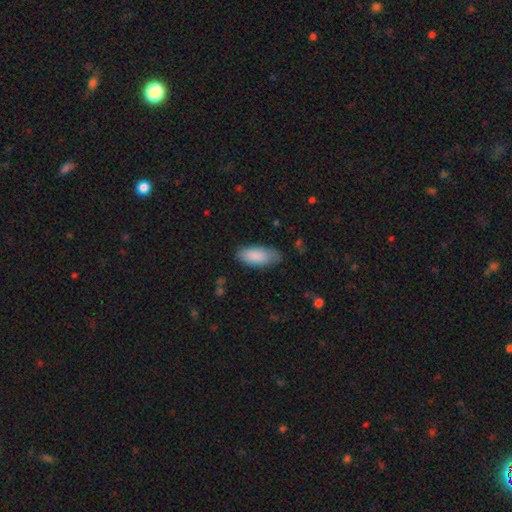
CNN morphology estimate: Q: Smooth or featured?
A: smooth (88%); runner-up: featured or disk (7%)
Q: How rounded?
A: in between (86%); runner-up: cigar-shaped (12%)
Q: Merging?
A: none (76%); runner-up: minor disturbance (19%)